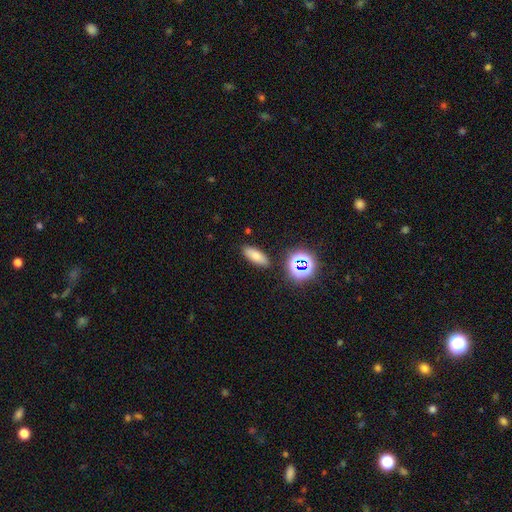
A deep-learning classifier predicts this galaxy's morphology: Smooth or featured? Predicted: smooth (p=0.73). How rounded? Predicted: in between (p=0.70). Merging? Predicted: none (p=0.86).